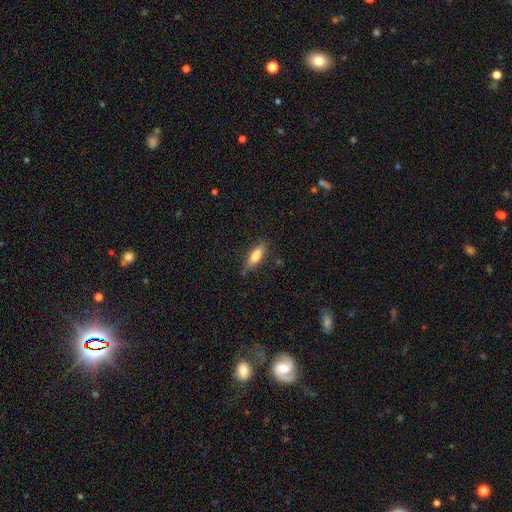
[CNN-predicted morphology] Smooth or featured?
  - smooth: 75% *
  - featured or disk: 18%
  - star or artifact: 7%
How rounded?
  - cigar-shaped: 52% *
  - in between: 46%
  - round: 2%
Merging?
  - none: 78% *
  - minor disturbance: 16%
  - major disturbance: 3%
  - merger: 2%